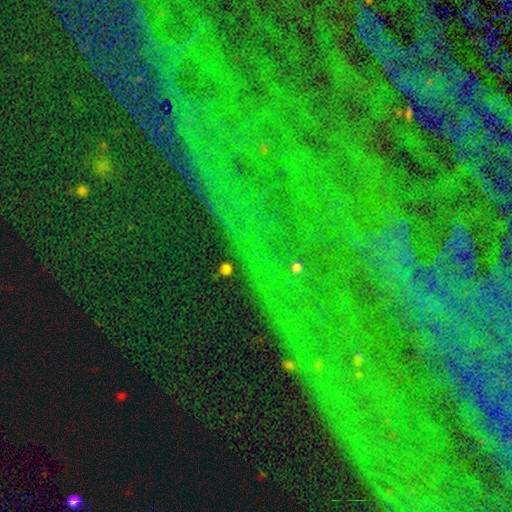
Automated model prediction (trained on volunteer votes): Morphology: type=star or artifact (84%).